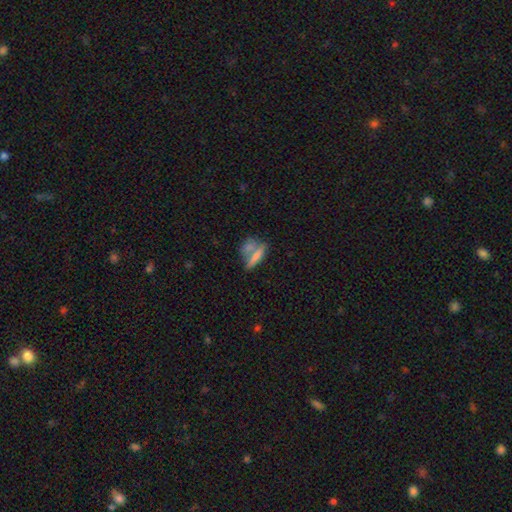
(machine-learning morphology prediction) Q: Smooth or featured?
A: smooth (64%); runner-up: featured or disk (24%)
Q: How rounded?
A: cigar-shaped (58%); runner-up: in between (33%)
Q: Merging?
A: none (44%); runner-up: merger (41%)